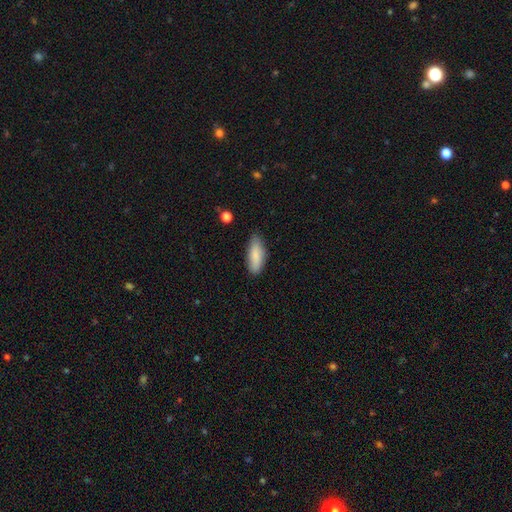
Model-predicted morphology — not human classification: Smooth or featured: smooth — 84% (featured or disk — 10%)
How rounded: in between — 70% (cigar-shaped — 28%)
Merging: none — 78% (minor disturbance — 17%)